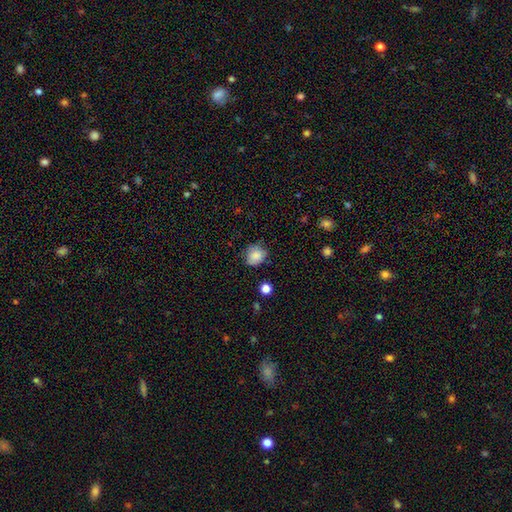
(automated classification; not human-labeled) smooth_or_featured: smooth (p=0.82) [alt: star or artifact p=0.09]
how_rounded: round (p=0.67) [alt: in between p=0.32]
merging: none (p=0.69) [alt: minor disturbance p=0.23]